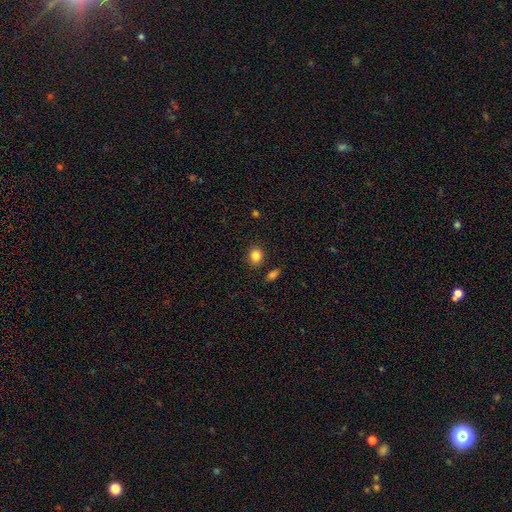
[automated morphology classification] smooth_or_featured: smooth (p=0.85) [alt: star or artifact p=0.10]
how_rounded: round (p=0.65) [alt: in between p=0.34]
merging: none (p=0.84) [alt: minor disturbance p=0.09]